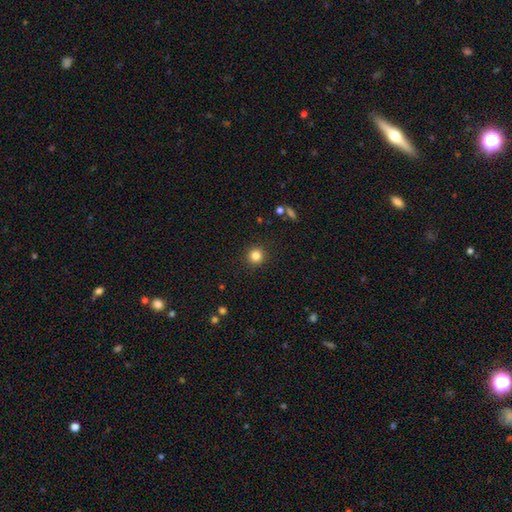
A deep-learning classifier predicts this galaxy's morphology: Smooth or featured?
  - smooth: 83% *
  - star or artifact: 12%
  - featured or disk: 5%
How rounded?
  - round: 95% *
  - in between: 4%
  - cigar-shaped: 1%
Merging?
  - none: 92% *
  - minor disturbance: 5%
  - major disturbance: 2%
  - merger: 1%